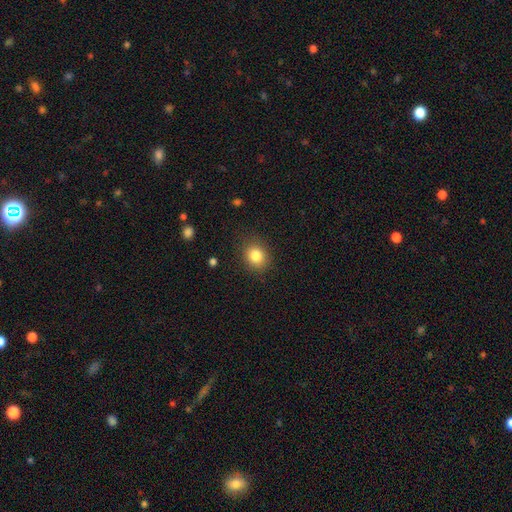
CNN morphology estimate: smooth_or_featured: smooth (p=0.83) [alt: star or artifact p=0.10]
how_rounded: round (p=0.68) [alt: in between p=0.31]
merging: none (p=0.86) [alt: minor disturbance p=0.10]